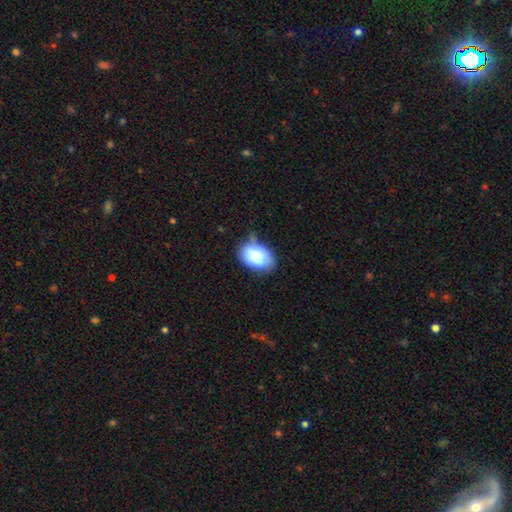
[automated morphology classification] smooth_or_featured: smooth (p=0.79) [alt: featured or disk p=0.14]
how_rounded: in between (p=0.88) [alt: round p=0.11]
merging: none (p=0.48) [alt: minor disturbance p=0.39]